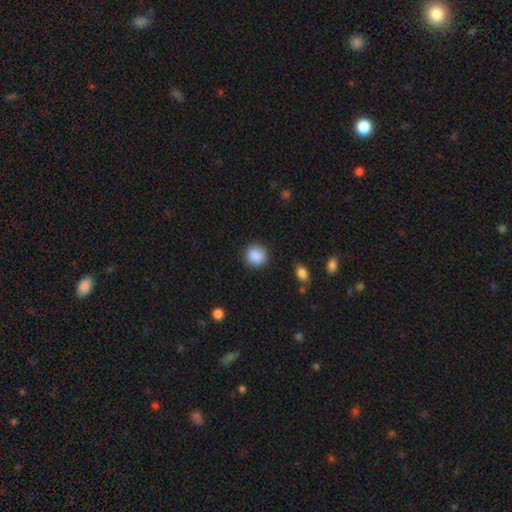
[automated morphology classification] smooth 89%, star or artifact 8%, featured or disk 3%. Down the decision tree: how rounded — round (91%); merging — none (90%).